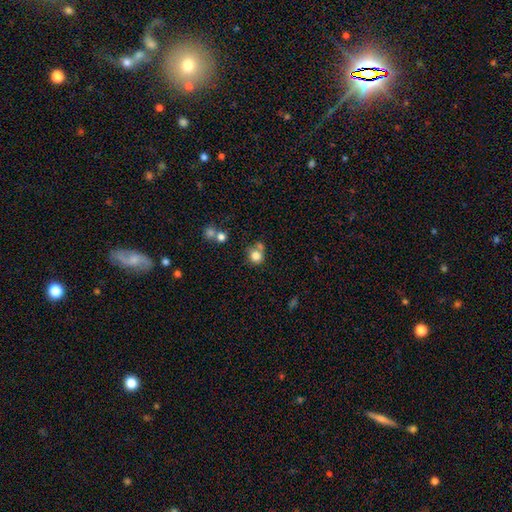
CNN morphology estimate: Smooth or featured?
  - smooth: 79% *
  - star or artifact: 11%
  - featured or disk: 10%
How rounded?
  - round: 84% *
  - in between: 15%
  - cigar-shaped: 1%
Merging?
  - none: 55% *
  - merger: 25%
  - minor disturbance: 14%
  - major disturbance: 6%